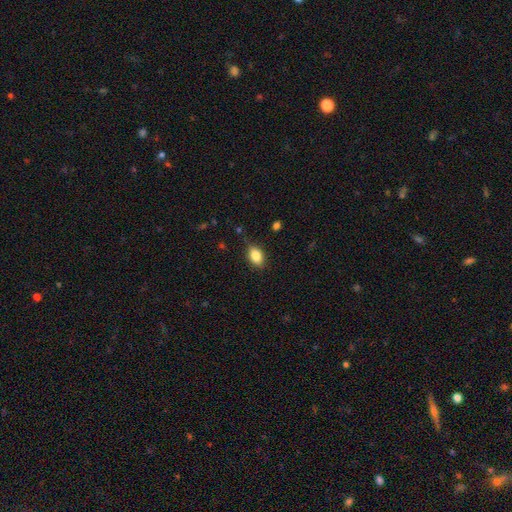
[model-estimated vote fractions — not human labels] smooth_or_featured: smooth (p=0.84) [alt: star or artifact p=0.08]
how_rounded: in between (p=0.83) [alt: round p=0.14]
merging: none (p=0.81) [alt: minor disturbance p=0.15]